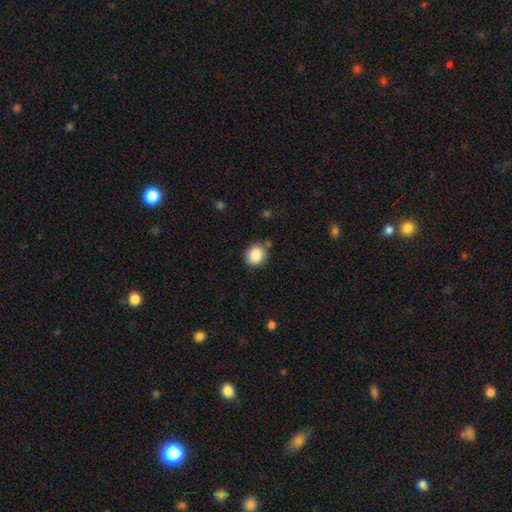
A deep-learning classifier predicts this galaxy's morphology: Smooth or featured? smooth (87%)
How rounded? round (78%)
Merging? none (80%)